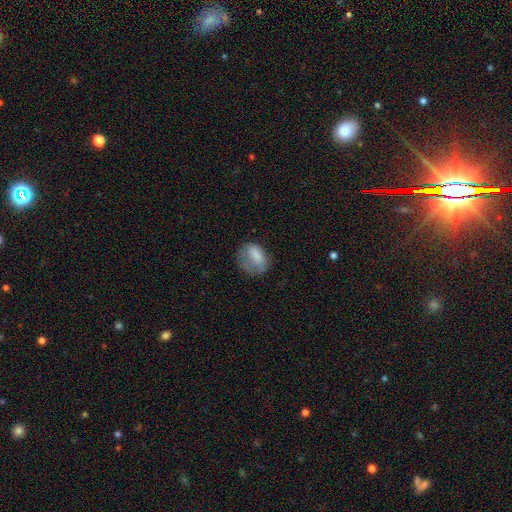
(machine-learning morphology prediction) A smooth galaxy with no disk features (74%) that is in between round and cigar-shaped (65%).

Vote fractions:
- Smooth or featured? smooth: 74% / featured or disk: 17% / star or artifact: 9%
- How rounded? in between: 65% / round: 33% / cigar-shaped: 2%
- Merging? none: 41% / minor disturbance: 29% / major disturbance: 28% / merger: 2%